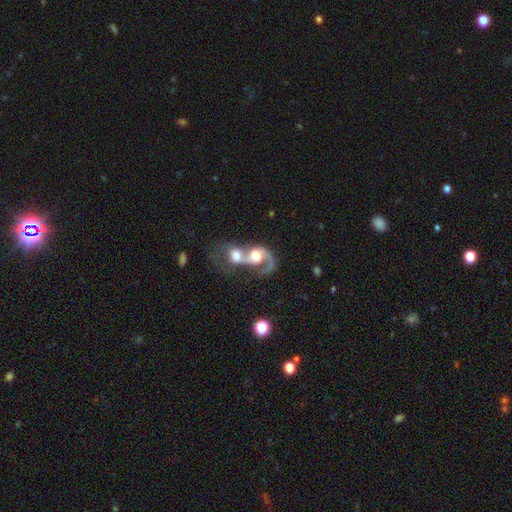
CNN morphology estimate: A featured or disk galaxy (65%) with no bar (70%), 1 (55%) loose (54%) spiral arms (80%) and a large central bulge (41%).

Vote fractions:
- Smooth or featured? featured or disk: 65% / smooth: 28% / star or artifact: 7%
- Edge-on disk? no: 97% / yes: 3%
- Bar? no: 70% / weak: 24% / strong: 6%
- Spiral arms? yes: 80% / no: 20%
- Spiral winding? loose: 54% / medium: 32% / tight: 14%
- Spiral arm count? 1: 55% / 2: 35% / can't tell: 8% / 3: 1% / more than 4: 1% / 4: 1%
- Bulge size? large: 41% / moderate: 40% / small: 7% / dominant: 7% / none: 5%
- Merging? merger: 86% / major disturbance: 6% / none: 5% / minor disturbance: 3%